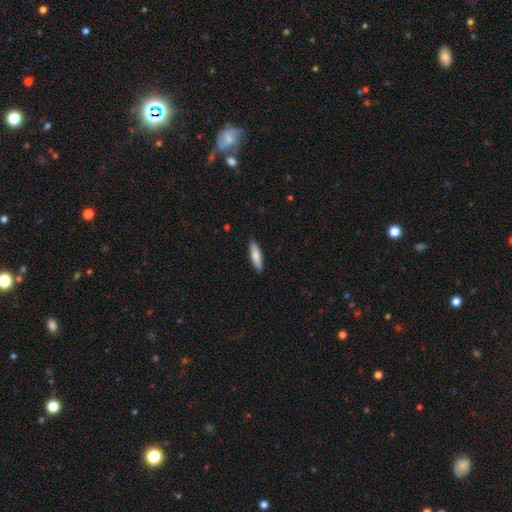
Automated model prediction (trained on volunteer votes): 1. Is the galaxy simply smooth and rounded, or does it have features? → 79% smooth, 15% featured or disk, 5% star or artifact.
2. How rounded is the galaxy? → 70% cigar-shaped, 28% in between, 1% round.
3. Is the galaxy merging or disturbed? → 88% none, 9% minor disturbance, 2% major disturbance, 1% merger.